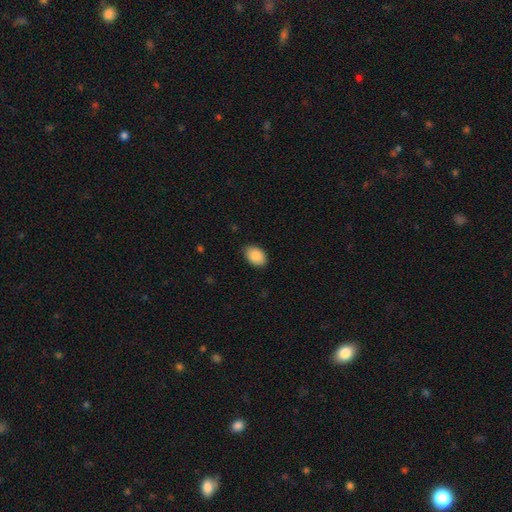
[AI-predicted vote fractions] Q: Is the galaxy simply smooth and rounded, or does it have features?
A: smooth — 88%.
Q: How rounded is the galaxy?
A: in between — 84%.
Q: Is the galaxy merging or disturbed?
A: none — 84%.